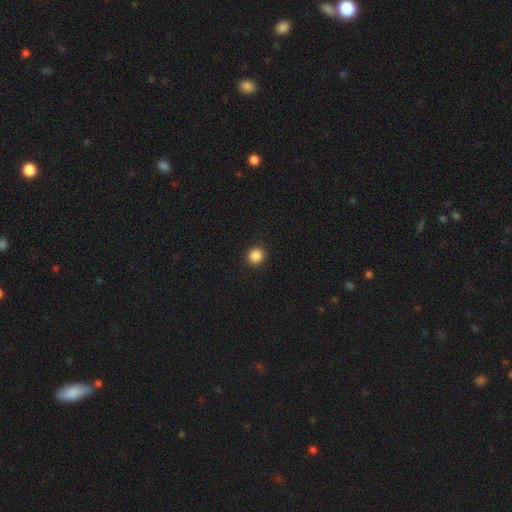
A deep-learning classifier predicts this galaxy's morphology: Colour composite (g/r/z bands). It shows a smooth galaxy with no disk features (87%) that is round (87%). Merging: none (93%).